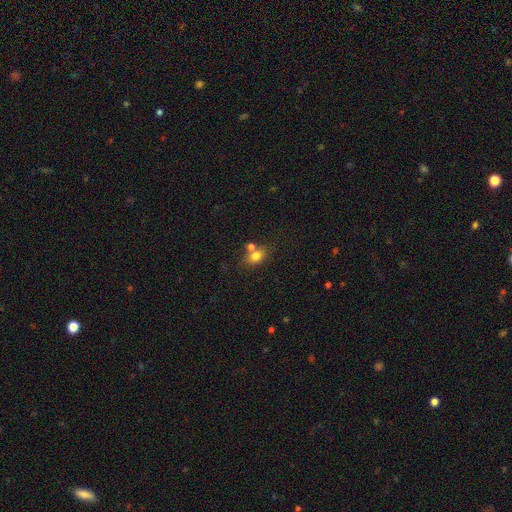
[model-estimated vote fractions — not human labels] Smooth or featured? smooth (77%)
How rounded? in between (69%)
Merging? none (57%)